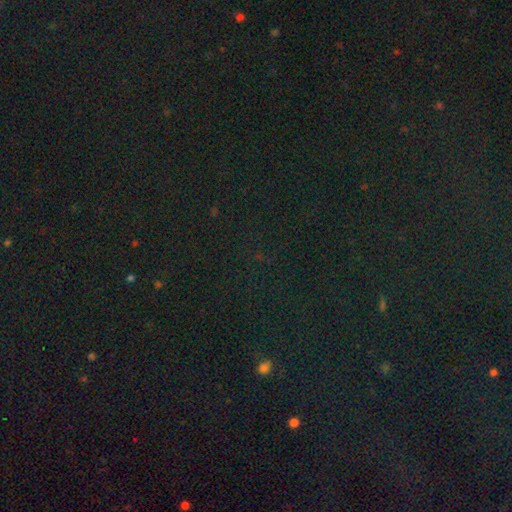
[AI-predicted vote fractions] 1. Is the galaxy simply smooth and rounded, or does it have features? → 82% star or artifact, 11% smooth, 7% featured or disk.